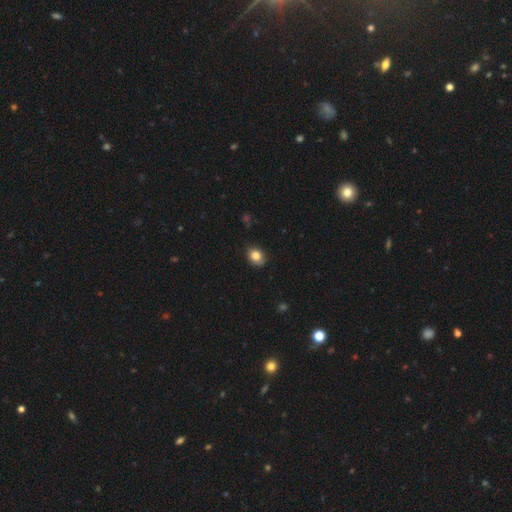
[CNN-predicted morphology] The model was most divided on "how rounded": round: 50%, in between: 49%, cigar-shaped: 1%. More confident: smooth or featured — smooth (82%); merging — none (75%).